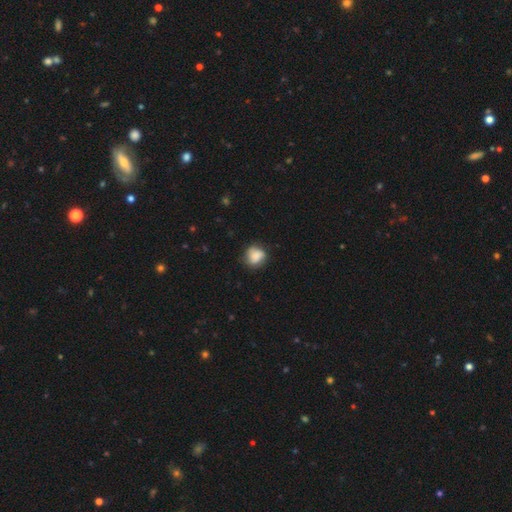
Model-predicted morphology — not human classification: type=smooth (79%); roundness=round (72%); merging=none (65%).